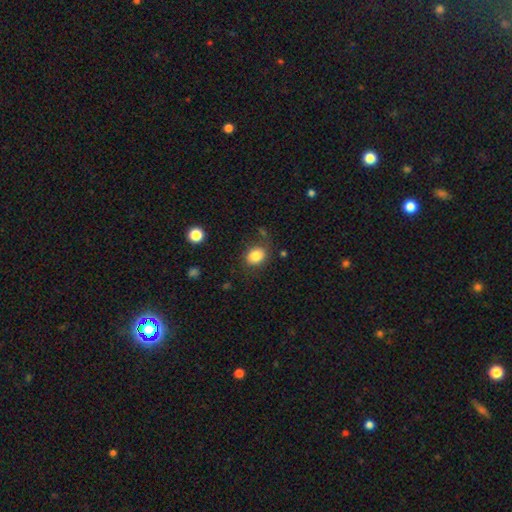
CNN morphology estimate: The model was most divided on "how rounded": in between: 50%, round: 49%, cigar-shaped: 1%. More confident: smooth or featured — smooth (84%); merging — none (76%).